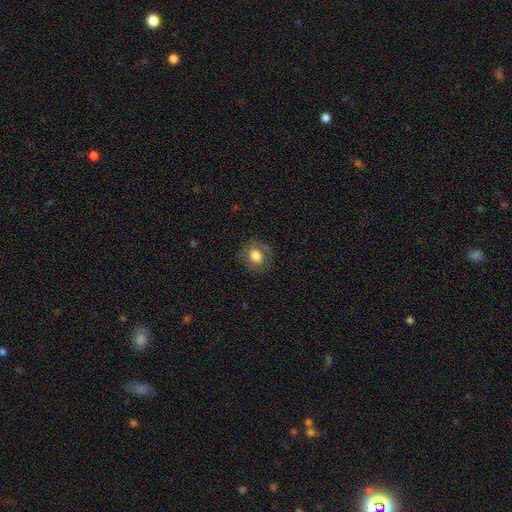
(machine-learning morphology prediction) Overall: smooth (75%). How rounded: round (69%; in between 30%). Merging: none (80%).